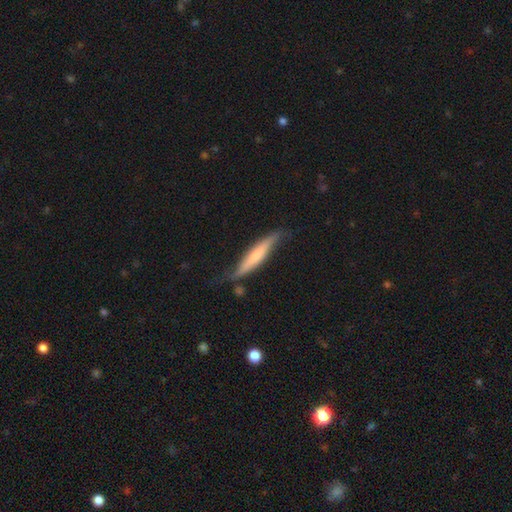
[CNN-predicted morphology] smooth 48%, featured or disk 47%, star or artifact 5%. Down the decision tree: merging — none (56%).